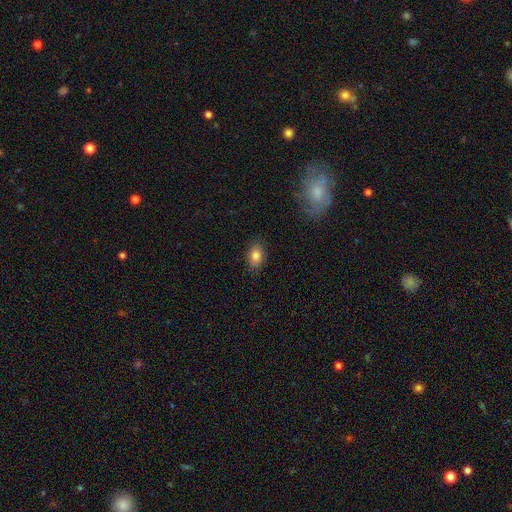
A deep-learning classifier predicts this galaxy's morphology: type=smooth (84%); roundness=in between (81%); merging=none (85%).